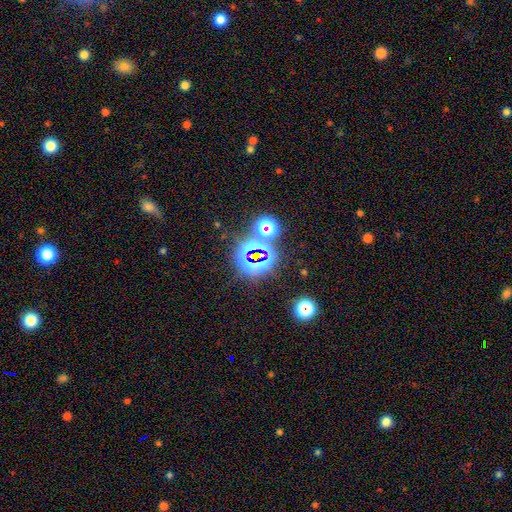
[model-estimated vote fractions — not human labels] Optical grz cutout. It shows a star or artifact, not a galaxy (76%).